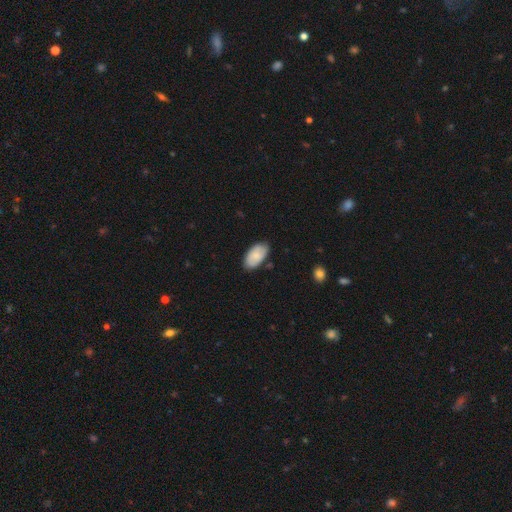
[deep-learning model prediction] A smooth galaxy with no disk features (79%) that is in between round and cigar-shaped (95%). Merging: none (80%).